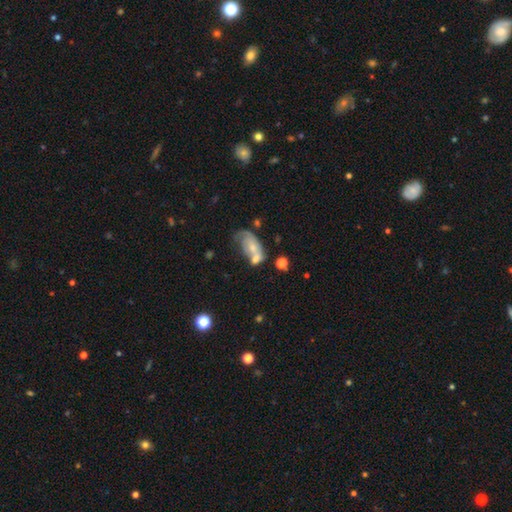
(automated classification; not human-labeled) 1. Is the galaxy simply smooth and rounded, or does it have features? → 46% smooth, 45% featured or disk, 9% star or artifact.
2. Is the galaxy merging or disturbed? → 35% merger, 23% none, 22% major disturbance, 20% minor disturbance.